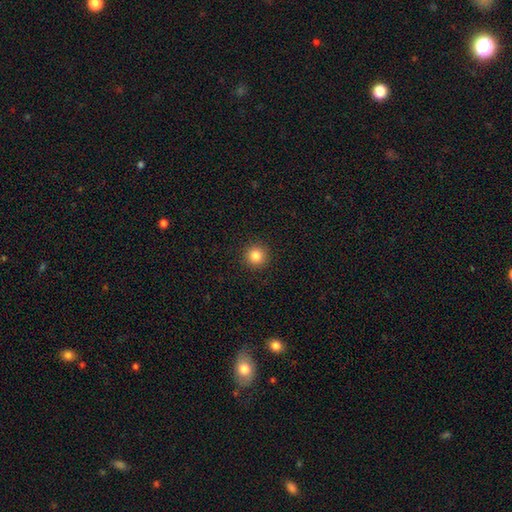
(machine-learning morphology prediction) This appears to be a smooth galaxy with no disk features (84%) that is round (95%). Merging: none (93%).